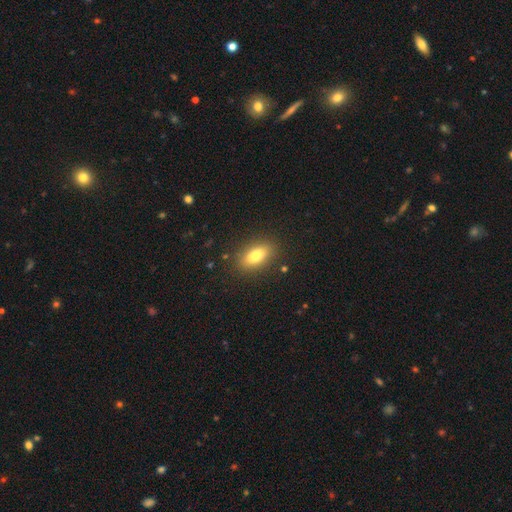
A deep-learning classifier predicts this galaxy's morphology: Overall: smooth (79%). How rounded: in between (86%). Merging: none (86%).